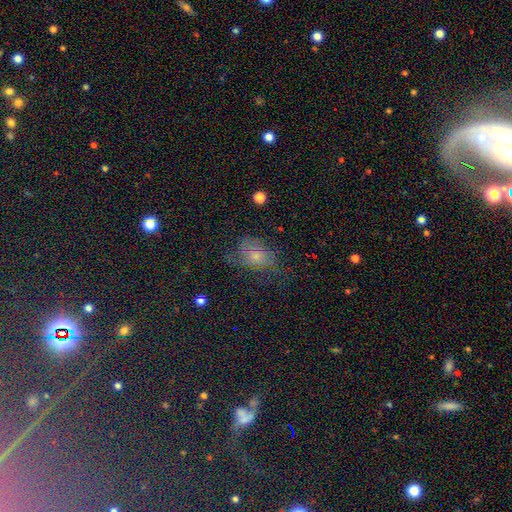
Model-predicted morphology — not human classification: A smooth galaxy with no disk features (50%). Merging: none (47%).